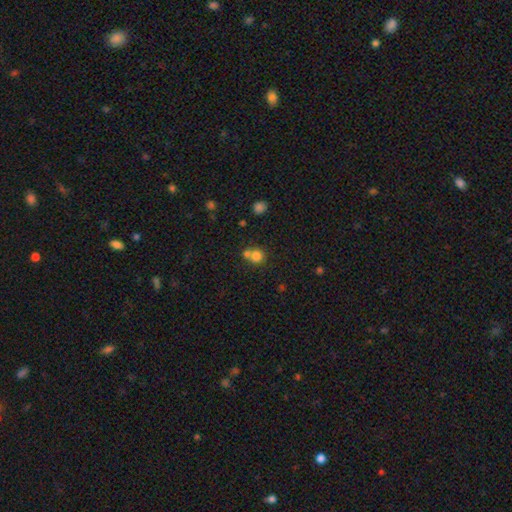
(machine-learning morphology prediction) type=smooth (78%); roundness=round (86%); merging=none (46%).